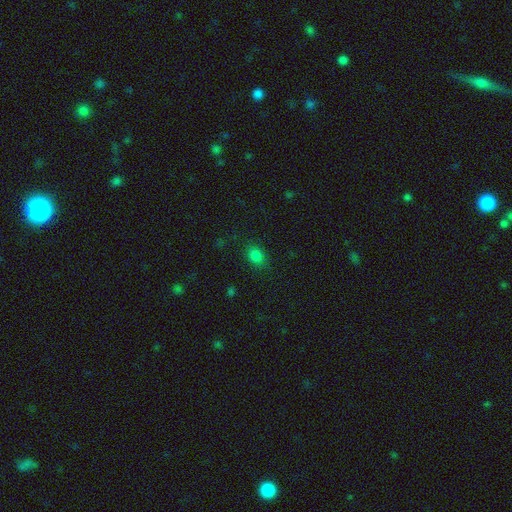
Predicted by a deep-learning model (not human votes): Smooth or featured? smooth (81%)
How rounded? in between (61%)
Merging? none (83%)